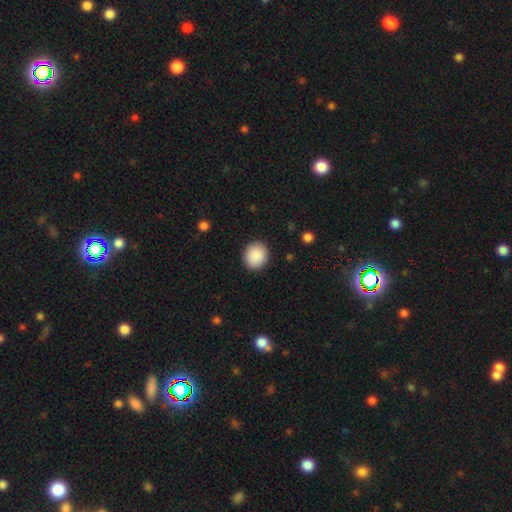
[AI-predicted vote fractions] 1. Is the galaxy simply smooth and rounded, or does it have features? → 90% smooth, 7% star or artifact, 3% featured or disk.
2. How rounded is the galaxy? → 87% round, 12% in between, 1% cigar-shaped.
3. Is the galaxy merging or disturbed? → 91% none, 6% minor disturbance, 2% major disturbance, 1% merger.